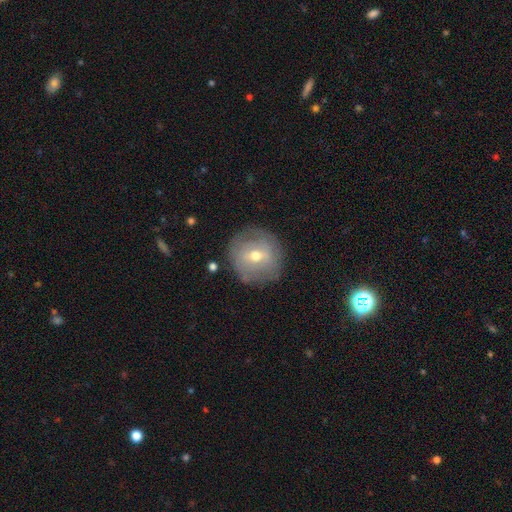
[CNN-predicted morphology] This is possibly a featured or disk galaxy (56%). It is clearly not viewed edge-on (94%). Bar: possibly weak (48%). Spiral arm pattern: possibly yes (51%). Central bulge: likely moderate (65%). Merging: clearly none (80%).